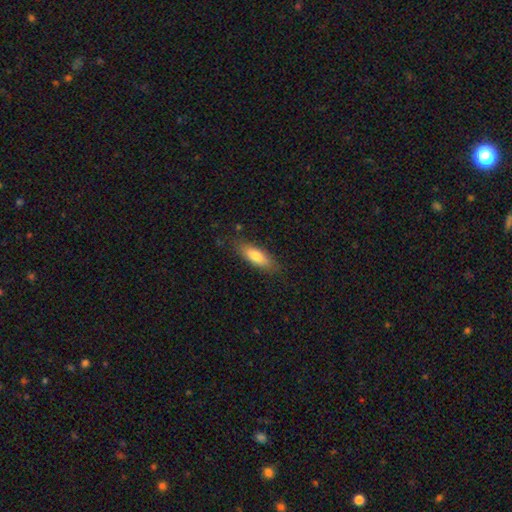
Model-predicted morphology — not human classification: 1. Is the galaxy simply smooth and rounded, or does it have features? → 78% smooth, 16% featured or disk, 6% star or artifact.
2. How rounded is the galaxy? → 60% in between, 38% cigar-shaped, 2% round.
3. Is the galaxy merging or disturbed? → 82% none, 14% minor disturbance, 3% major disturbance, 1% merger.